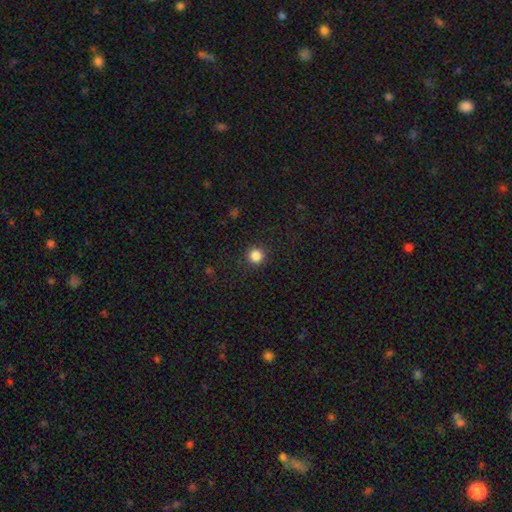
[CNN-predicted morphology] smooth-or-featured: smooth: 85% | star or artifact: 12% | featured or disk: 3%
  how-rounded: round: 95% | in between: 4% | cigar-shaped: 1%
  merging: none: 91% | minor disturbance: 5% | major disturbance: 2% | merger: 1%